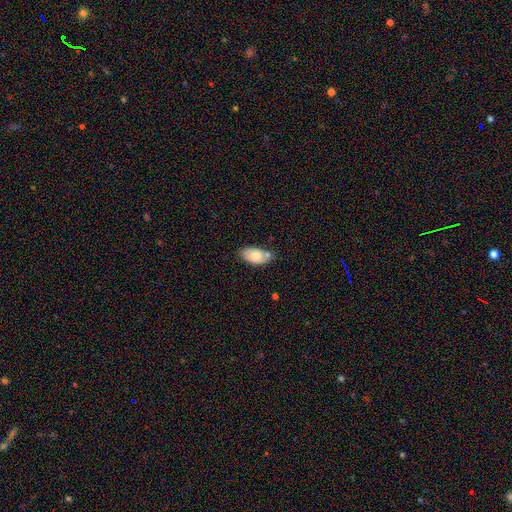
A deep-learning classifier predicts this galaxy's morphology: Q: Smooth or featured?
A: smooth (79%); runner-up: featured or disk (14%)
Q: How rounded?
A: in between (93%); runner-up: round (4%)
Q: Merging?
A: none (65%); runner-up: minor disturbance (21%)